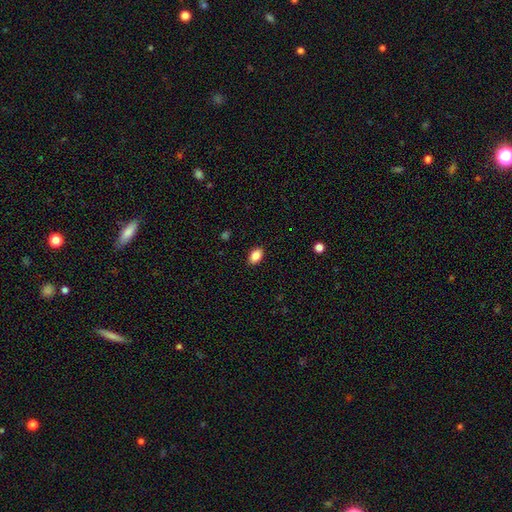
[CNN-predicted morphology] Smooth or featured: smooth — 87% (star or artifact — 8%)
How rounded: in between — 87% (round — 11%)
Merging: none — 89% (minor disturbance — 8%)